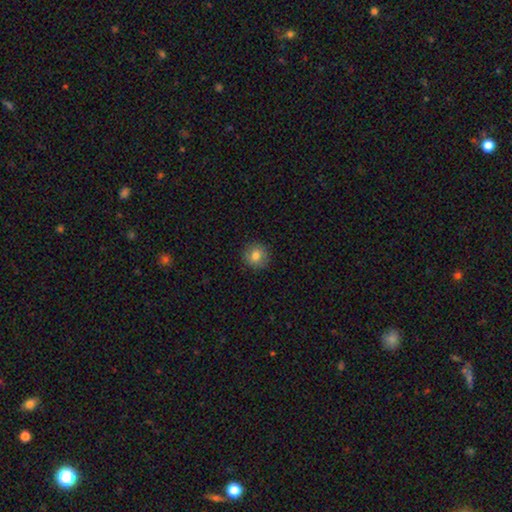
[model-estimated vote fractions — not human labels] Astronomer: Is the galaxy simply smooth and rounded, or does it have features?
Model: smooth — 80%.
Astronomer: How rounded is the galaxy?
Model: round — 91%.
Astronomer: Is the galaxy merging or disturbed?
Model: none — 88%.